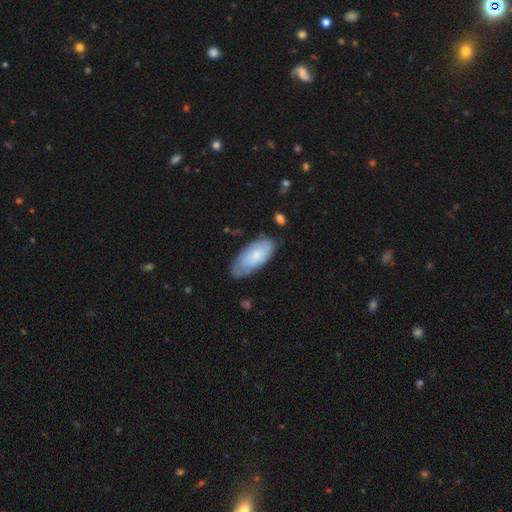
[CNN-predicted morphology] Smooth or featured? smooth (58%)
How rounded? in between (88%)
Merging? none (65%)